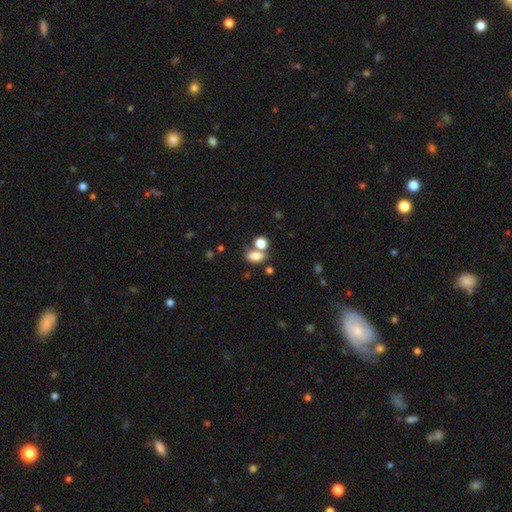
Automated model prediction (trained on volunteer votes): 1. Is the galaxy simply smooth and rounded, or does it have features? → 79% smooth, 12% star or artifact, 9% featured or disk.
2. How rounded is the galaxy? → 81% in between, 17% round, 3% cigar-shaped.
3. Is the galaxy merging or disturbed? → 48% none, 36% merger, 11% minor disturbance, 5% major disturbance.